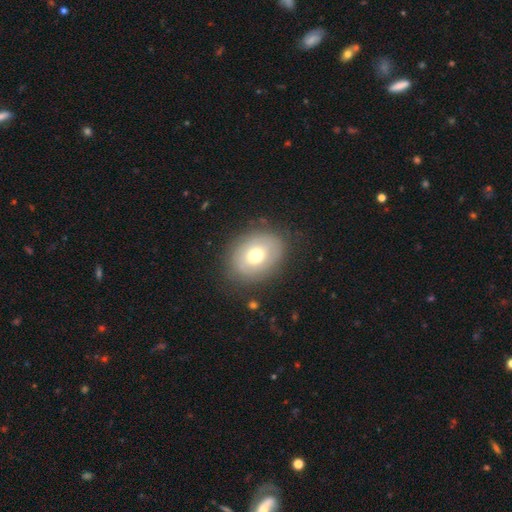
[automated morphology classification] Smooth or featured? smooth (60%)
How rounded? in between (60%)
Merging? none (80%)